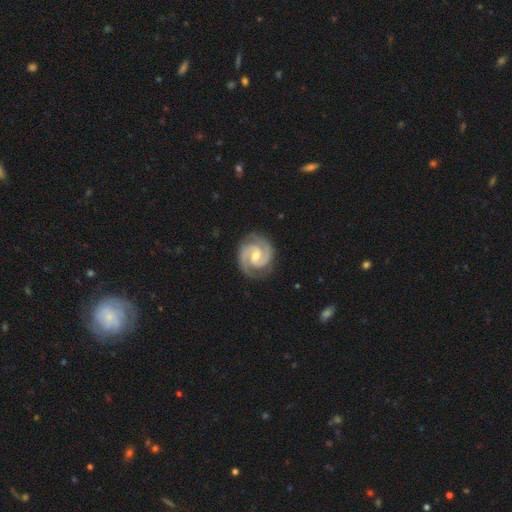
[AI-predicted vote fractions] featured or disk 93%, star or artifact 3%, smooth 3%. Down the decision tree: edge-on disk — no (98%); bar — weak (50%); spiral arms — yes (99%); spiral arm count — 2 (92%); spiral winding — tight (55%); bulge size — moderate (53%); merging — none (86%).